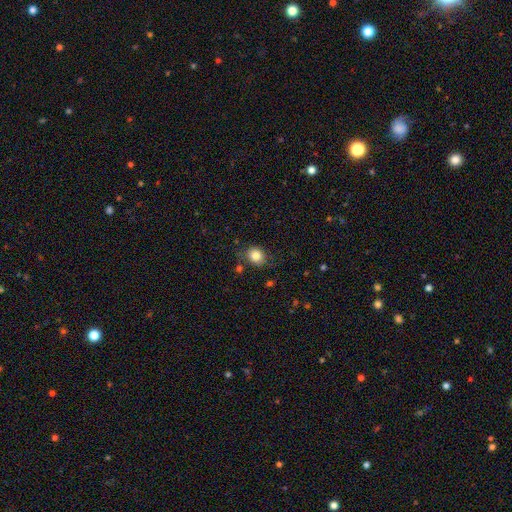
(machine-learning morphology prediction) Q: Smooth or featured?
A: smooth (82%); runner-up: star or artifact (10%)
Q: How rounded?
A: round (65%); runner-up: in between (34%)
Q: Merging?
A: none (78%); runner-up: minor disturbance (15%)